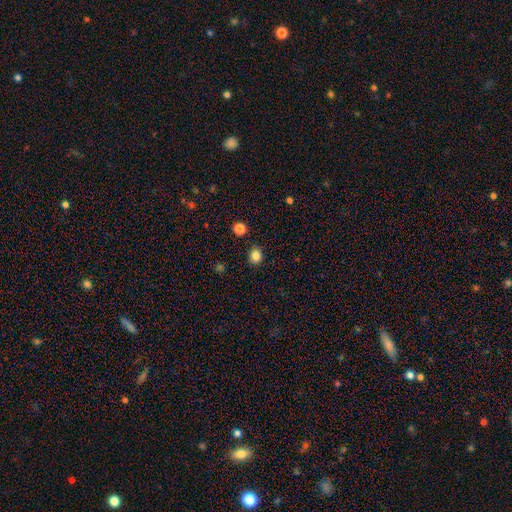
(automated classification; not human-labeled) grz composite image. It shows a smooth galaxy with no disk features (84%) that is round (64%). Merging: none (87%).